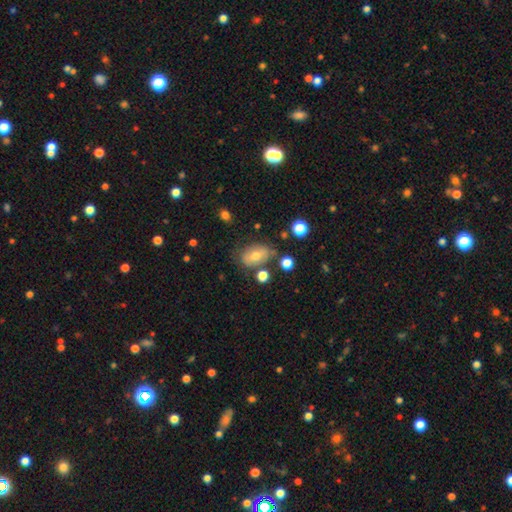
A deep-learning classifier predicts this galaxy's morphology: smooth-or-featured: smooth: 56% | featured or disk: 30% | star or artifact: 13%
  how-rounded: in between: 83% | round: 15% | cigar-shaped: 2%
  merging: none: 66% | minor disturbance: 21% | major disturbance: 7% | merger: 6%